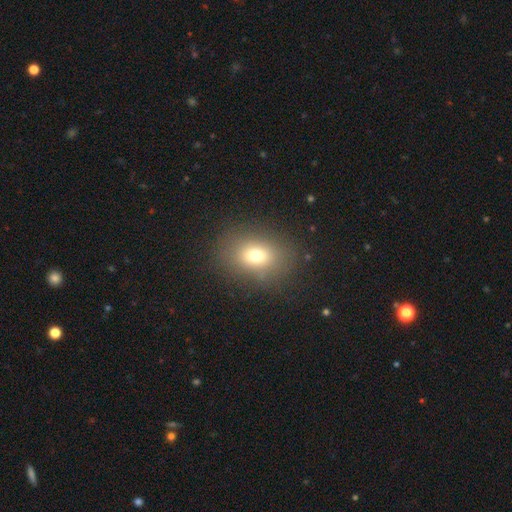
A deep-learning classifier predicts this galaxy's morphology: This appears to be a smooth galaxy with no disk features (71%) that is in between round and cigar-shaped (60%). Merging: none (82%).